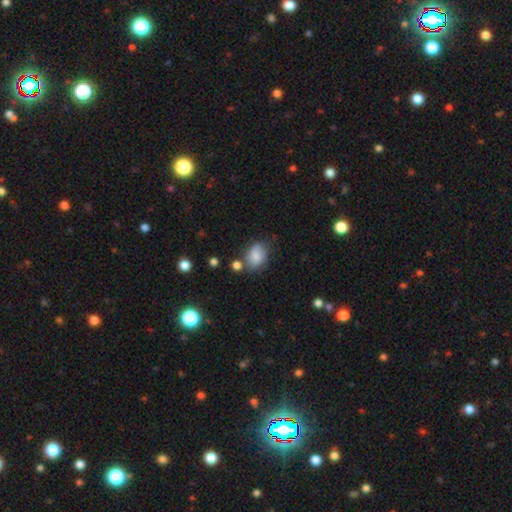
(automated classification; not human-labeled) Smooth or featured? smooth (78%)
How rounded? in between (63%)
Merging? none (58%)